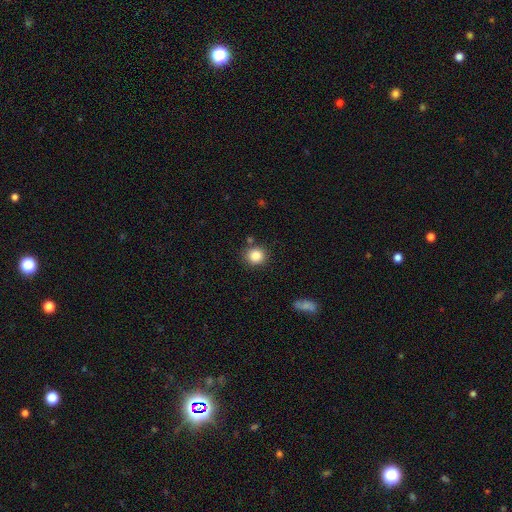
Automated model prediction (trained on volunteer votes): A smooth galaxy with no disk features (85%) that is round (88%).

Vote fractions:
- Smooth or featured? smooth: 85% / star or artifact: 10% / featured or disk: 5%
- How rounded? round: 88% / in between: 11% / cigar-shaped: 1%
- Merging? none: 84% / minor disturbance: 9% / merger: 5% / major disturbance: 3%